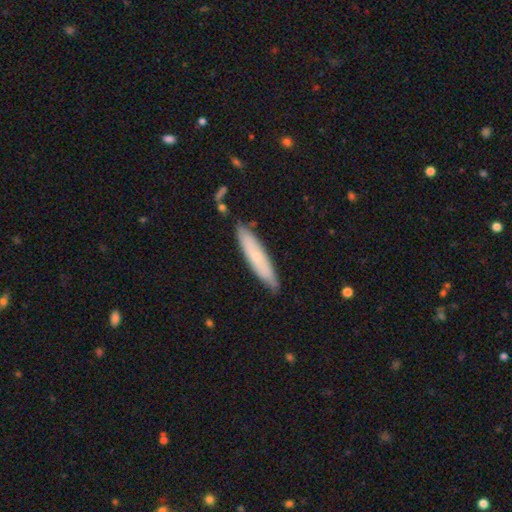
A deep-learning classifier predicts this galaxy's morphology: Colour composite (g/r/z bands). It shows a smooth galaxy with no disk features (57%) that is cigar-shaped (84%). Merging: none (82%).